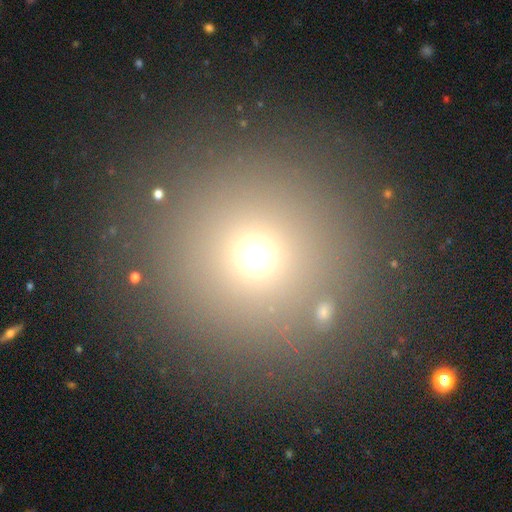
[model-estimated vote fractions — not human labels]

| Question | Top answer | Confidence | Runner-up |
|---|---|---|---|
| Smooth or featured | smooth | 65% | star or artifact (27%) |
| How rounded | round | 95% | in between (4%) |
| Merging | none | 85% | minor disturbance (7%) |